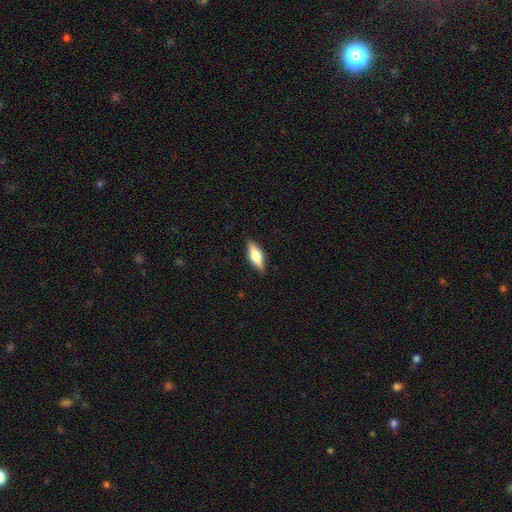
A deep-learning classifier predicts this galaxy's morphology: A smooth galaxy with no disk features (63%) that is in between round and cigar-shaped (62%). Merging: none (87%).